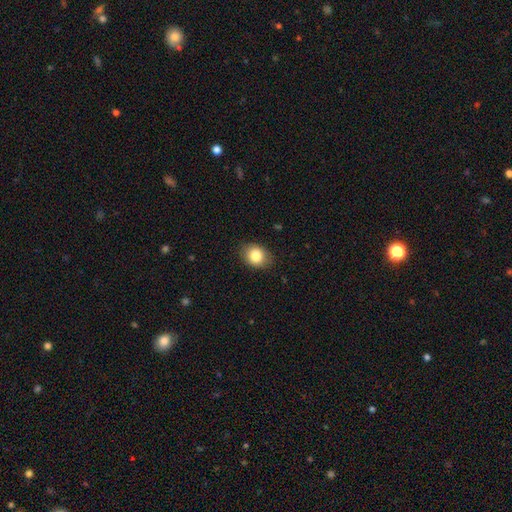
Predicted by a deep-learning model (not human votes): This appears to be a smooth galaxy with no disk features (83%) that is in between round and cigar-shaped (57%). Merging: none (85%).